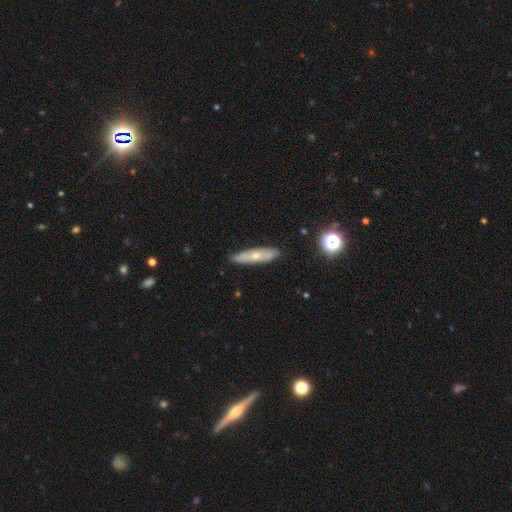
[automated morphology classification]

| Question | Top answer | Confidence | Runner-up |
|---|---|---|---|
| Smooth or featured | smooth | 51% | featured or disk (42%) |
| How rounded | cigar-shaped | 74% | in between (23%) |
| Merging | none | 86% | minor disturbance (11%) |